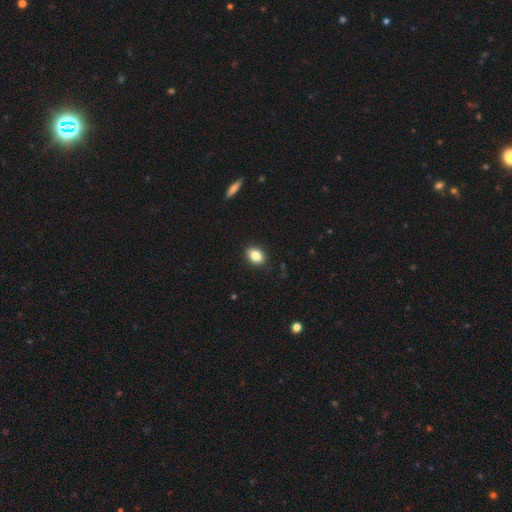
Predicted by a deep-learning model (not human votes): This appears to be a smooth galaxy with no disk features (84%) that is in between round and cigar-shaped (76%). Merging: none (89%).